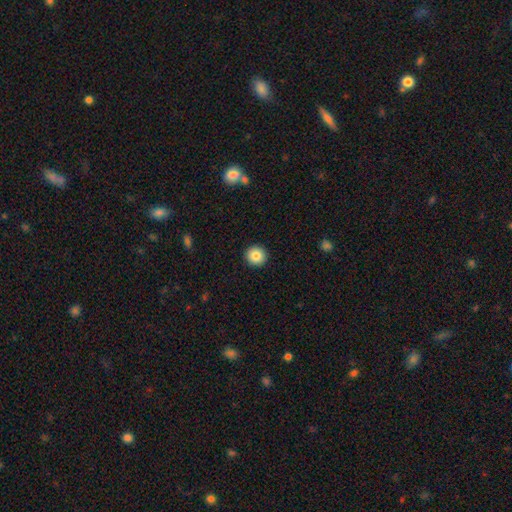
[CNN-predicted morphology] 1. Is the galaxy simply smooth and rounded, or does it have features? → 85% smooth, 9% star or artifact, 6% featured or disk.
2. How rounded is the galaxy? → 95% round, 4% in between, 1% cigar-shaped.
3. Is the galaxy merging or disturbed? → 93% none, 4% minor disturbance, 2% major disturbance, 1% merger.